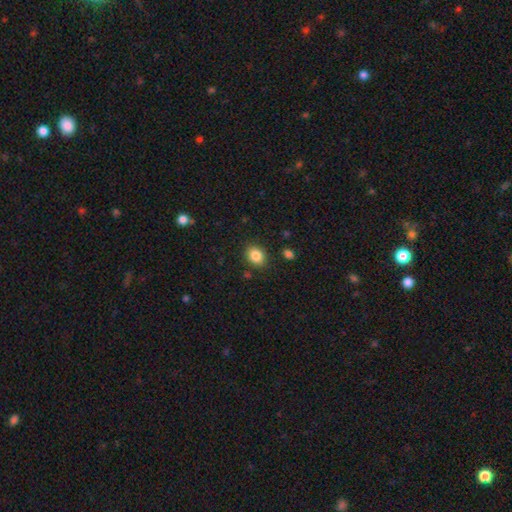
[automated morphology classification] Smooth or featured? smooth (86%)
How rounded? round (51%)
Merging? none (86%)